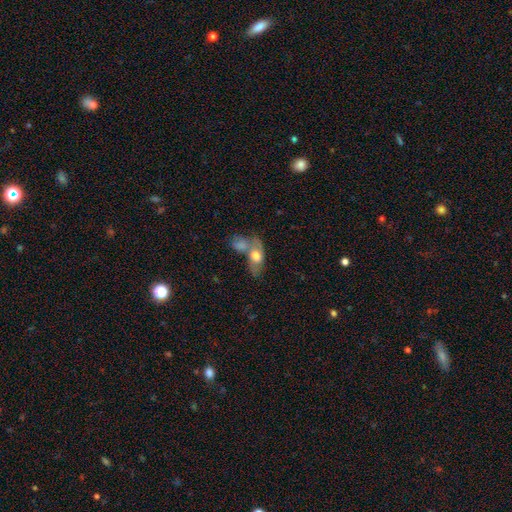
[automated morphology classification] A smooth galaxy with no disk features (60%) that is in between round and cigar-shaped (80%). Merging: merger (53%).